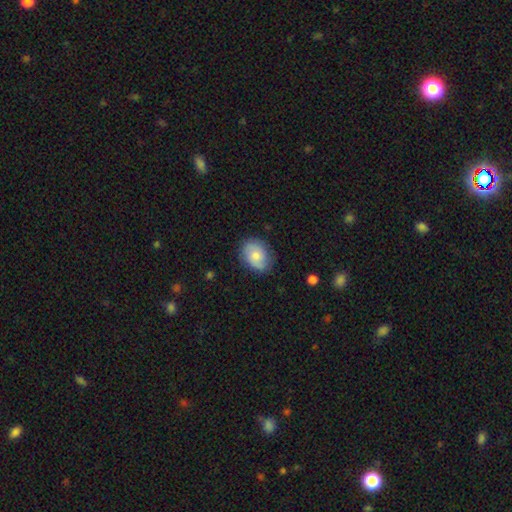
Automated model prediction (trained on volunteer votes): Smooth or featured? smooth (54%)
How rounded? in between (57%)
Merging? none (77%)